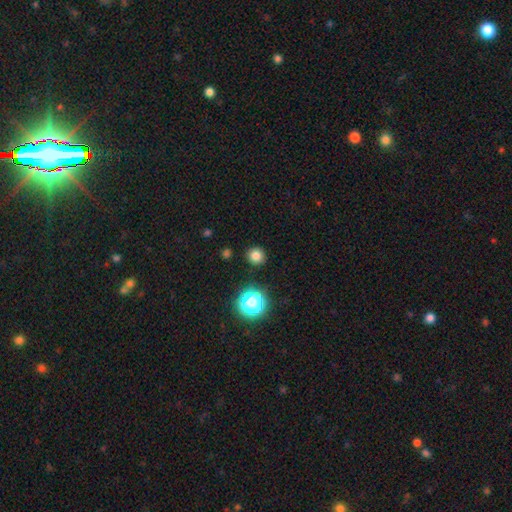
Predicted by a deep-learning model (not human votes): A smooth galaxy with no disk features (79%) that is round (92%).

Vote fractions:
- Smooth or featured? smooth: 79% / star or artifact: 16% / featured or disk: 5%
- How rounded? round: 92% / in between: 7% / cigar-shaped: 1%
- Merging? none: 90% / minor disturbance: 6% / major disturbance: 2% / merger: 2%